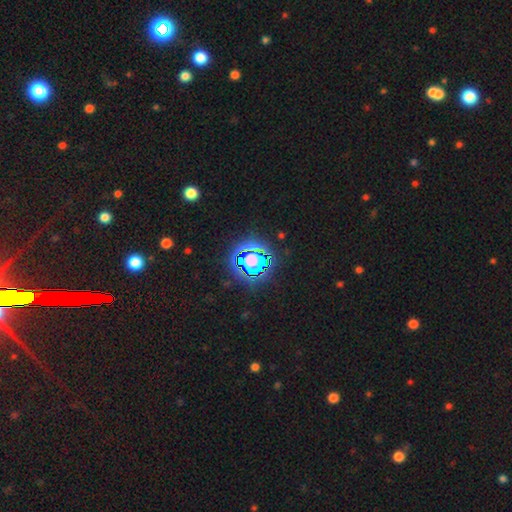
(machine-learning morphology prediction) Overall: star or artifact (74%).